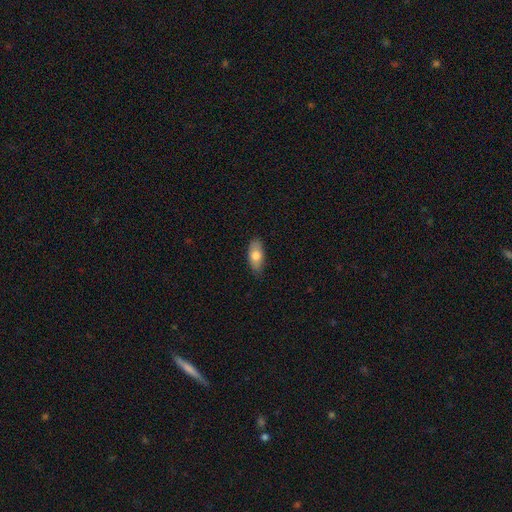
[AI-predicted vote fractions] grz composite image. It shows a smooth galaxy with no disk features (75%) that is in between round and cigar-shaped (87%). Merging: none (81%).